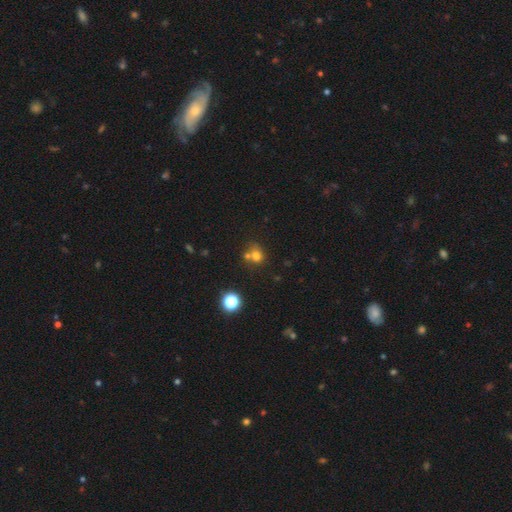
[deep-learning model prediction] Smooth or featured: smooth — 71% (star or artifact — 18%)
How rounded: round — 74% (in between — 25%)
Merging: none — 46% (merger — 38%)